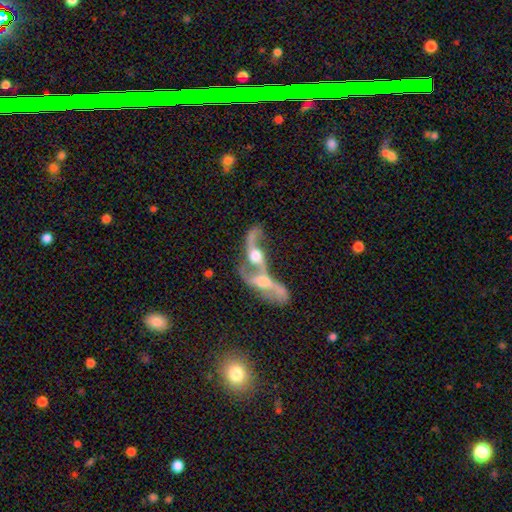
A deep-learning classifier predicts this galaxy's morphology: Smooth or featured: featured or disk — 75% (smooth — 17%)
Edge-on disk: no — 82% (yes — 18%)
Bar: no — 65% (weak — 25%)
Spiral arms: yes — 78% (no — 22%)
Bulge size: moderate — 61% (large — 22%)
Merging: merger — 74% (none — 12%)